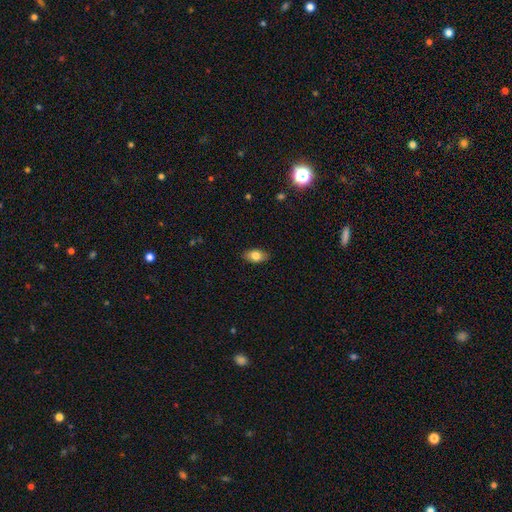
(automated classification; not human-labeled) Smooth or featured? Predicted: smooth (p=0.79). How rounded? Predicted: in between (p=0.89). Merging? Predicted: none (p=0.87).